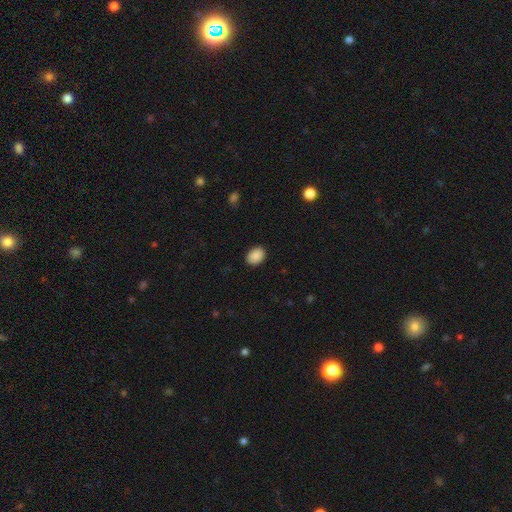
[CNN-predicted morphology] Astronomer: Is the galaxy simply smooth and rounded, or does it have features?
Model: smooth — 90%.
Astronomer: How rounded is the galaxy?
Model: in between — 74%.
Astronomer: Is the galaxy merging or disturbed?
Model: none — 89%.